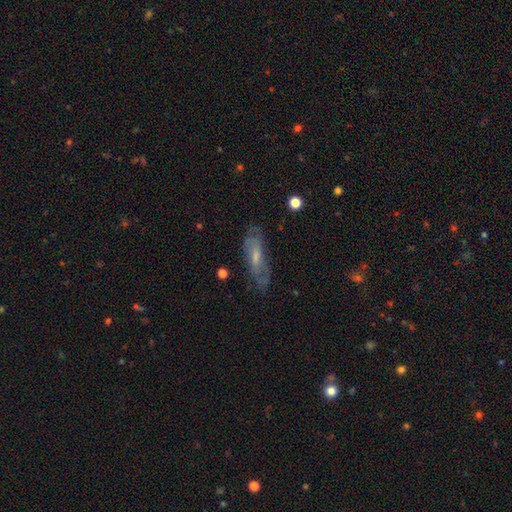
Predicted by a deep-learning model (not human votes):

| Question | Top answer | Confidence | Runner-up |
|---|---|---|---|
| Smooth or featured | featured or disk | 57% | smooth (35%) |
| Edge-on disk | no | 74% | yes (26%) |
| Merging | none | 71% | minor disturbance (20%) |